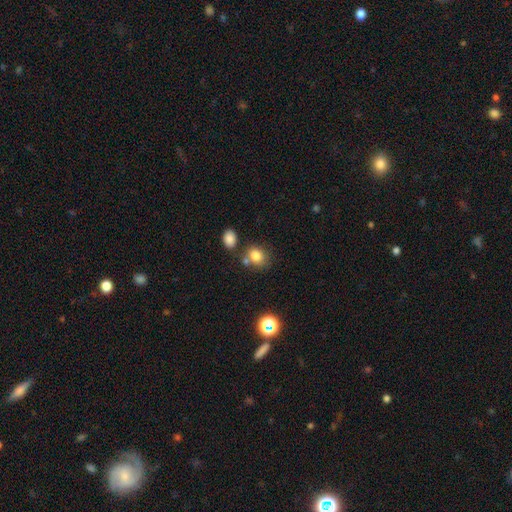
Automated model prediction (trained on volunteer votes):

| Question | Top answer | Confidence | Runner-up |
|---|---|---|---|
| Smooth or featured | smooth | 80% | star or artifact (12%) |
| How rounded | round | 54% | in between (45%) |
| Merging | none | 61% | merger (20%) |